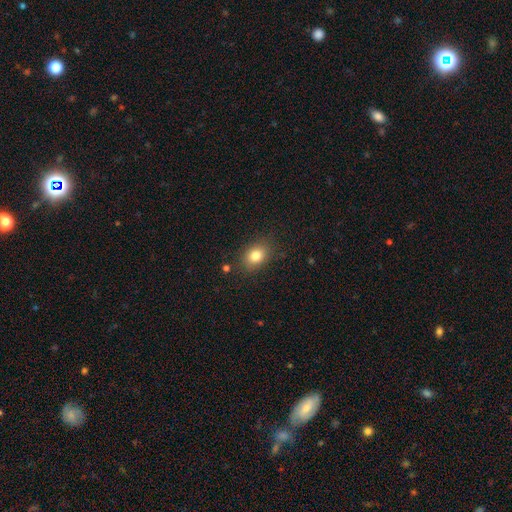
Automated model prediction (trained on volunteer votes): The model was most divided on "how rounded": in between: 63%, round: 36%, cigar-shaped: 1%. More confident: merging — none (84%); smooth or featured — smooth (82%).